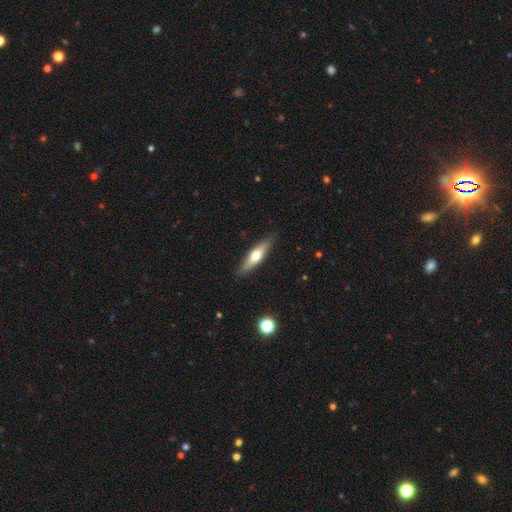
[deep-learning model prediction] smooth_or_featured: smooth (p=0.53) [alt: featured or disk p=0.41]
how_rounded: cigar-shaped (p=0.67) [alt: in between p=0.30]
merging: none (p=0.87) [alt: minor disturbance p=0.10]